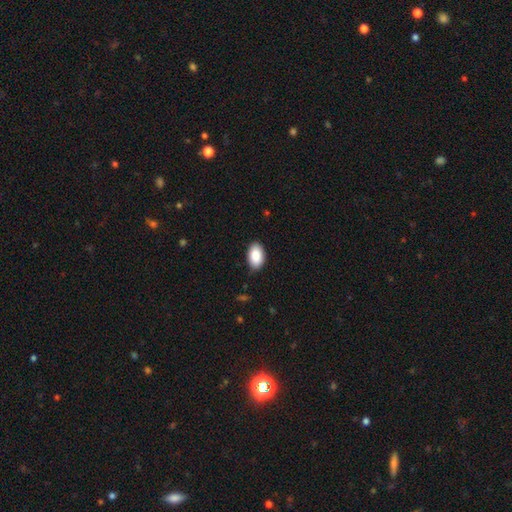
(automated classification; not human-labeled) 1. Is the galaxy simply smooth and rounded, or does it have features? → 90% smooth, 6% star or artifact, 4% featured or disk.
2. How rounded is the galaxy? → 94% in between, 5% round, 1% cigar-shaped.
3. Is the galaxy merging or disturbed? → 85% none, 12% minor disturbance, 2% major disturbance, 1% merger.